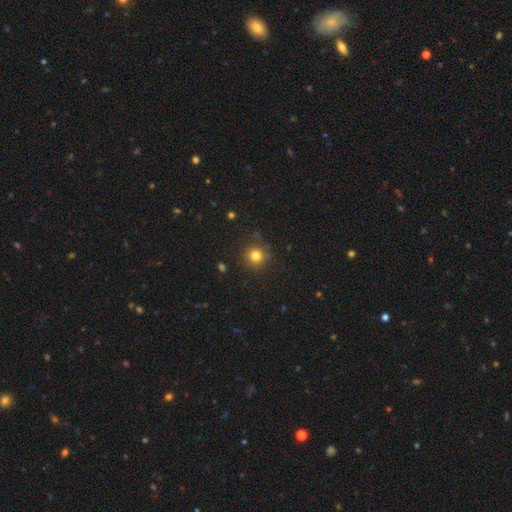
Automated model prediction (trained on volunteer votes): This is likely a smooth galaxy (80%). How rounded: clearly round (94%). Merging: clearly none (86%).